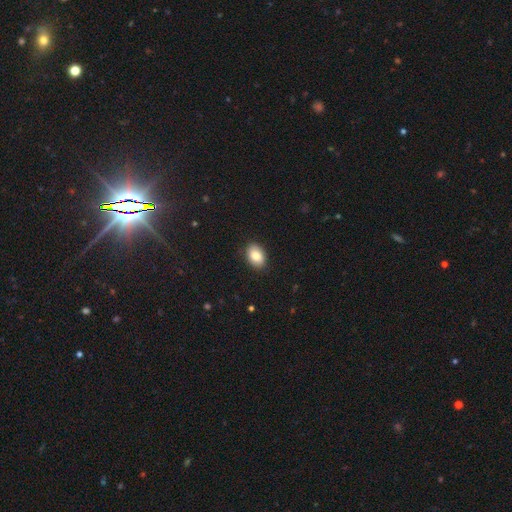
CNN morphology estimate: The model was most divided on "how rounded": in between: 86%, round: 13%, cigar-shaped: 1%. More confident: merging — none (88%); smooth or featured — smooth (85%).